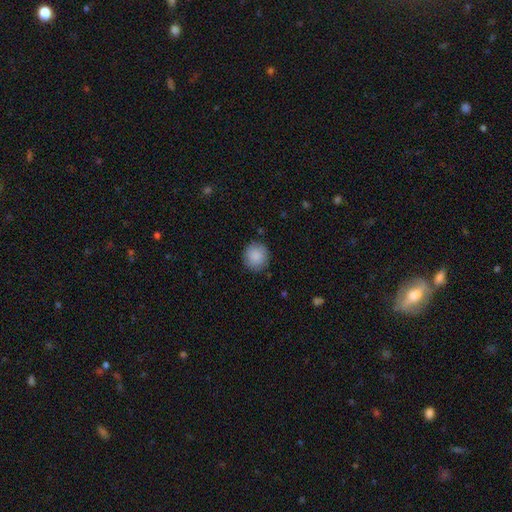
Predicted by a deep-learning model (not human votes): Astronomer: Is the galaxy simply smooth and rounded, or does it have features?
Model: smooth — 89%.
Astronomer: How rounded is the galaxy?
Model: round — 91%.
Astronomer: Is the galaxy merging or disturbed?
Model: none — 88%.